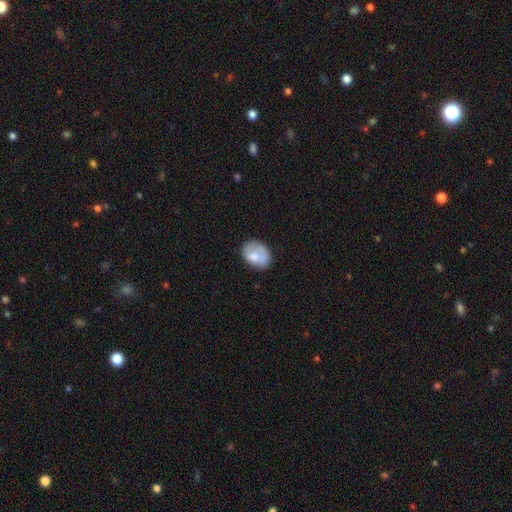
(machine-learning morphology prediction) Smooth or featured: smooth — 72% (featured or disk — 20%)
How rounded: in between — 68% (round — 31%)
Merging: none — 56% (minor disturbance — 29%)